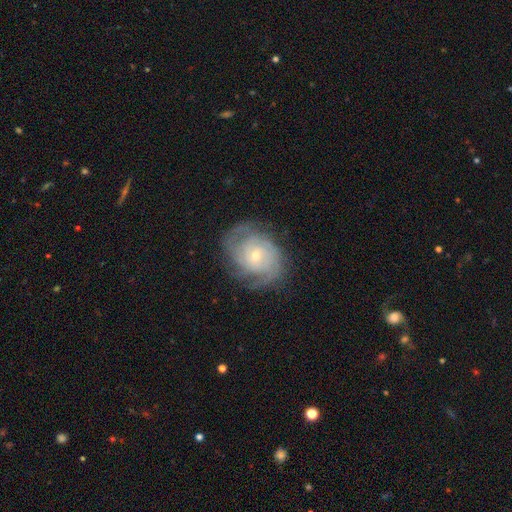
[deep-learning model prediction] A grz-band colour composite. It shows a featured or disk galaxy (82%) with no bar (74%), tight (62%) spiral arms (94%) and a small central bulge (64%). Merging: none (74%).